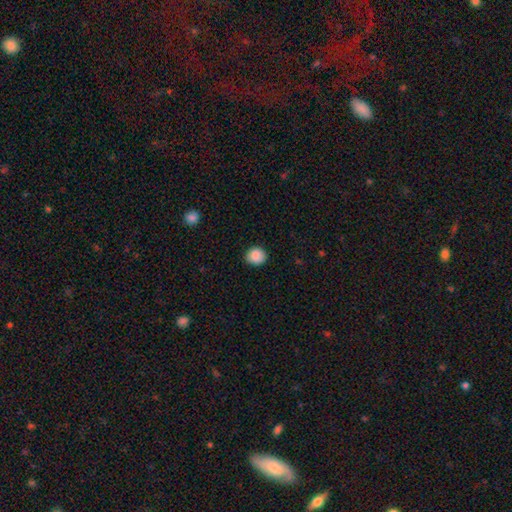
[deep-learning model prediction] A smooth galaxy with no disk features (88%) that is round (82%). Merging: none (87%).